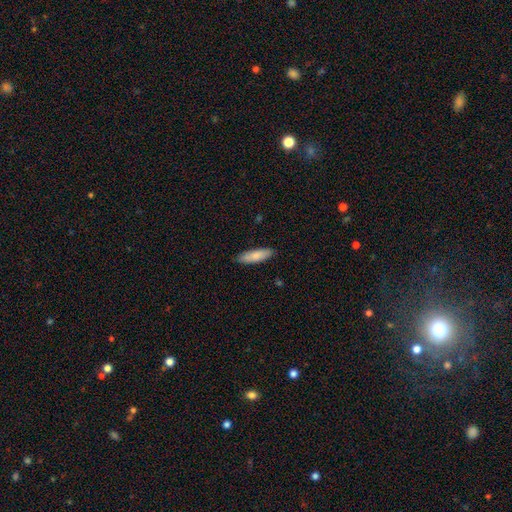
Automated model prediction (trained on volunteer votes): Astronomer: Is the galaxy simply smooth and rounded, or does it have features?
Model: smooth — 82%.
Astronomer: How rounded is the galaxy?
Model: cigar-shaped — 53% (runner-up: in between, 45%).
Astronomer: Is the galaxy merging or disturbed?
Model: none — 85%.